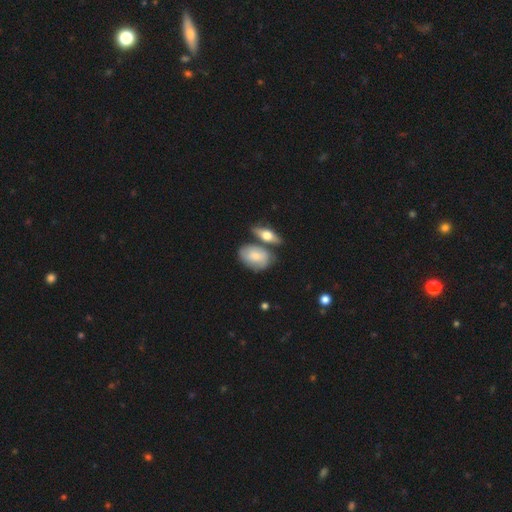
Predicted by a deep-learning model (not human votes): This is likely a smooth galaxy (65%). How rounded: clearly in between (84%). Merging: possibly none (51%).